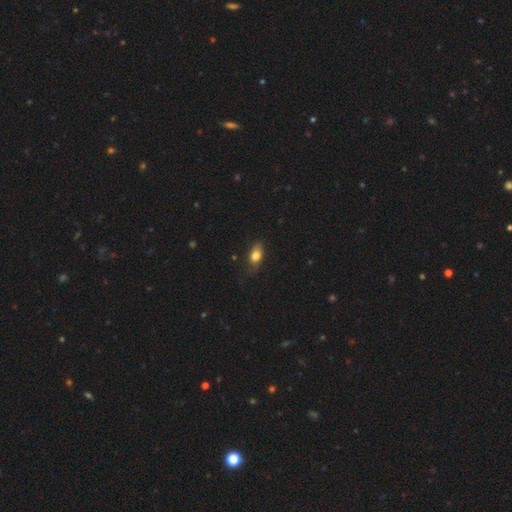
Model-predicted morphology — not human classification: smooth-or-featured: smooth: 78% | featured or disk: 13% | star or artifact: 9%
  how-rounded: in between: 79% | round: 12% | cigar-shaped: 9%
  merging: none: 66% | minor disturbance: 26% | major disturbance: 7% | merger: 1%